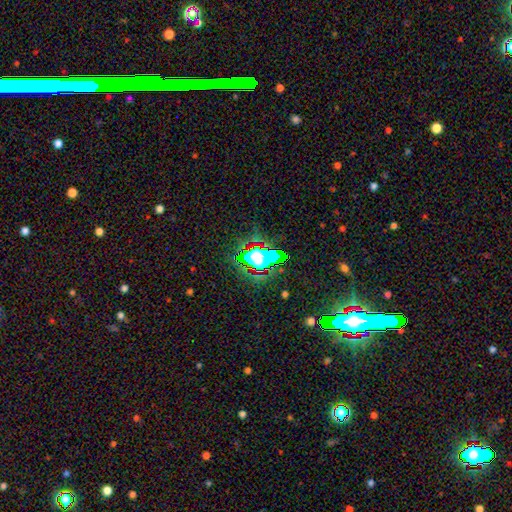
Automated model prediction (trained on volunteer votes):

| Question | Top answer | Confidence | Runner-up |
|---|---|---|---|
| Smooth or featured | star or artifact | 47% | smooth (38%) |